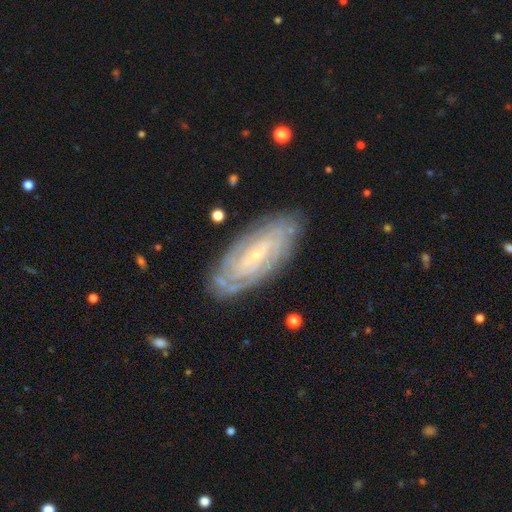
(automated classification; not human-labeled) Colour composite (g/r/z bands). It shows a featured or disk galaxy (84%) with no bar (50%), tight (78%) spiral arms (95%) and a small central bulge (83%). Merging: none (80%).